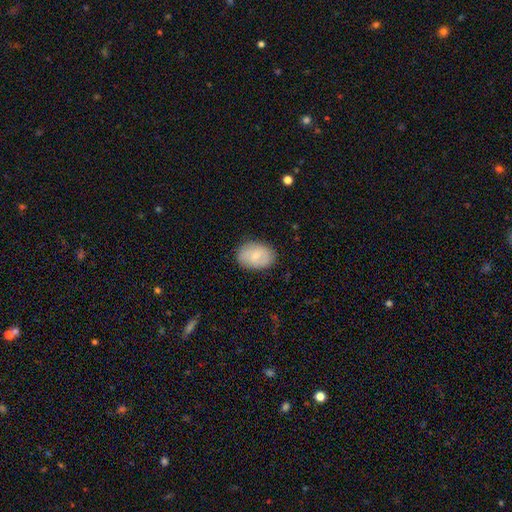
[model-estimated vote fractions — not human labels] Smooth or featured: smooth — 71% (featured or disk — 23%)
How rounded: in between — 79% (round — 20%)
Merging: none — 83% (minor disturbance — 13%)